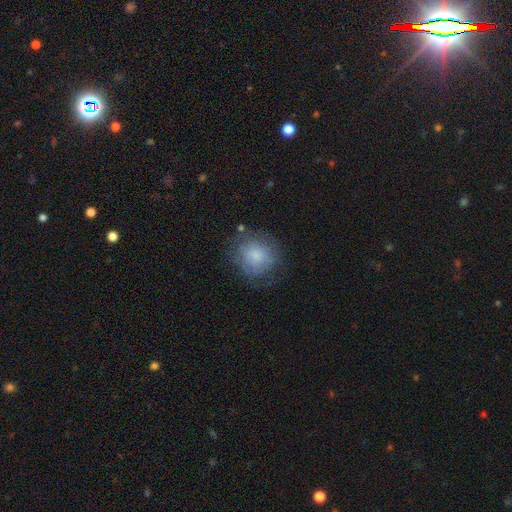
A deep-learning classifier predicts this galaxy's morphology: Overall: smooth (74%). How rounded: round (87%). Merging: none (67%).